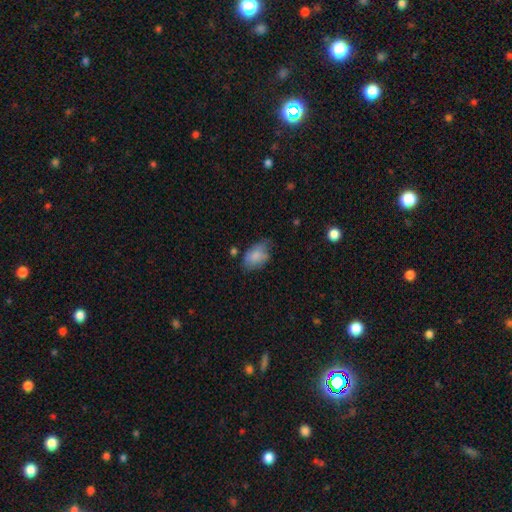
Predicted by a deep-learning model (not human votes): Smooth or featured: smooth — 79% (featured or disk — 13%)
How rounded: in between — 90% (round — 9%)
Merging: none — 50% (minor disturbance — 36%)